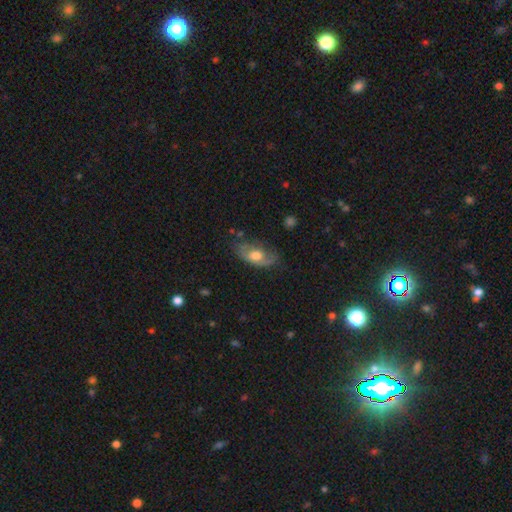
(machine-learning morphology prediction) A smooth galaxy with no disk features (50%). Merging: none (56%).